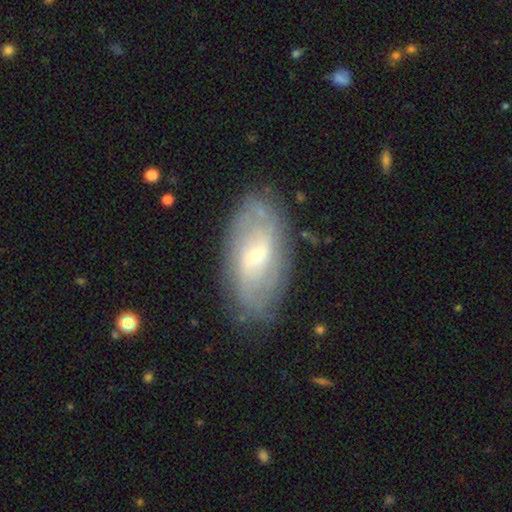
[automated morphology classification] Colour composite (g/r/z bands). It shows a featured or disk galaxy (68%) with a weak bar (55%), 2 (42%) medium (37%, tied with tight) spiral arms (81%) and a small central bulge (62%). Merging: none (77%).